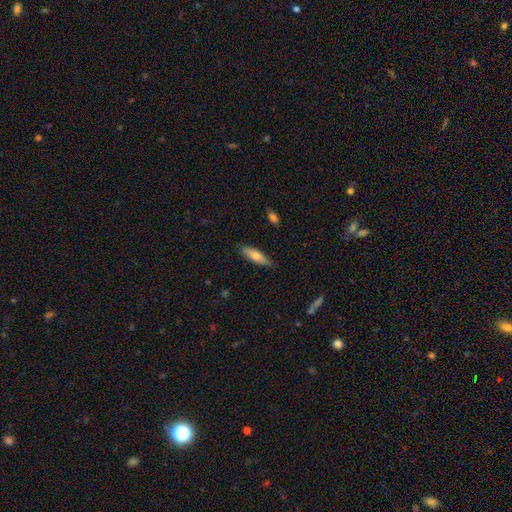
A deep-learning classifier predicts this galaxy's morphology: Q: Smooth or featured?
A: smooth (64%); runner-up: featured or disk (29%)
Q: How rounded?
A: cigar-shaped (56%); runner-up: in between (42%)
Q: Merging?
A: none (83%); runner-up: minor disturbance (14%)